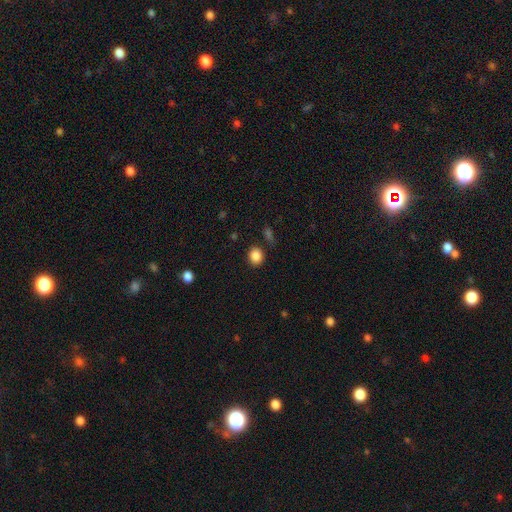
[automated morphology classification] This is clearly a smooth galaxy (86%). How rounded: likely round (73%). Merging: clearly none (85%).